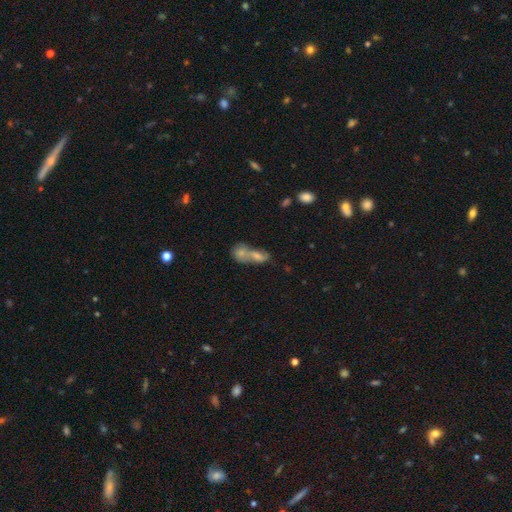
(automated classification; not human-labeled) Overall: smooth (62%; featured or disk 24%). How rounded: in between (68%). Merging: merger (71%).